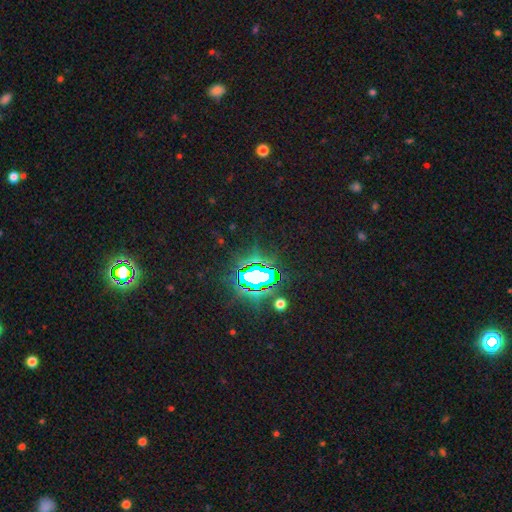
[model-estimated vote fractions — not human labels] Q: Smooth or featured?
A: star or artifact (84%); runner-up: smooth (10%)